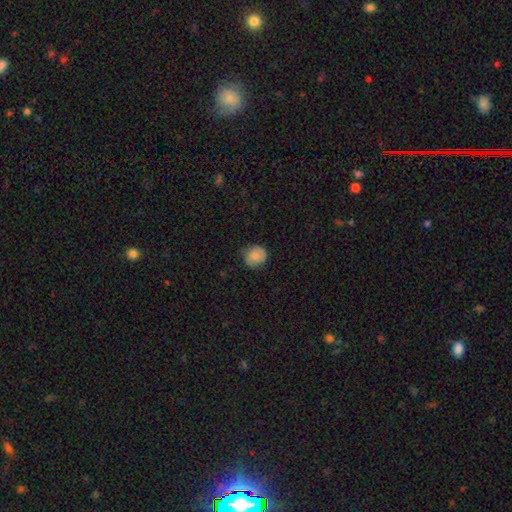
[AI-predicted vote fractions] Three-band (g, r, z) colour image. It shows a smooth galaxy with no disk features (72%) that is round (80%). Merging: none (71%).